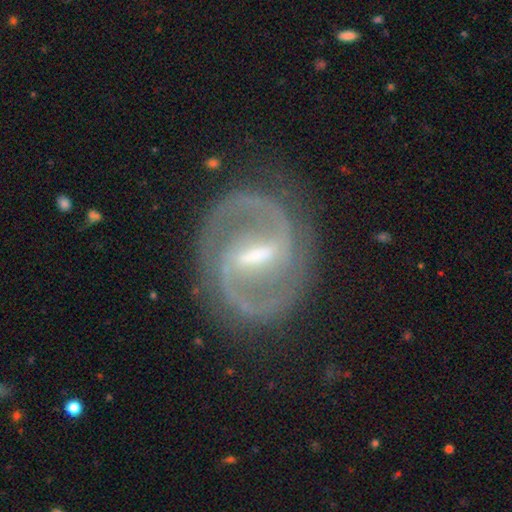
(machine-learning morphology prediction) A featured or disk galaxy (91%) with a strong bar (61%), 2 (92%) medium (55%) spiral arms (97%) and a small central bulge (46%). Merging: none (80%).